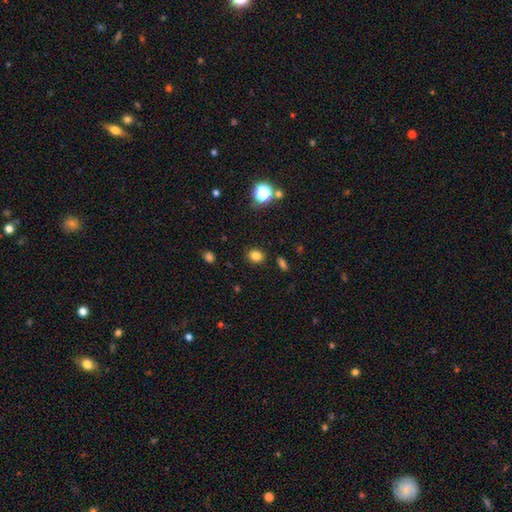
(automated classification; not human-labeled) Overall: smooth (81%). How rounded: round (60%; in between 39%). Merging: none (87%).